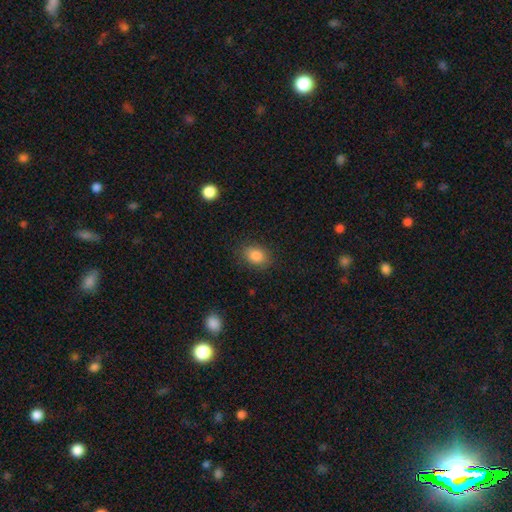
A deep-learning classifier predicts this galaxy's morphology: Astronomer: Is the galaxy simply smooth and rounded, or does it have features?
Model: smooth — 85%.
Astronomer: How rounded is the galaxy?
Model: in between — 66%.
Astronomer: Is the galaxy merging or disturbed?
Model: none — 83%.